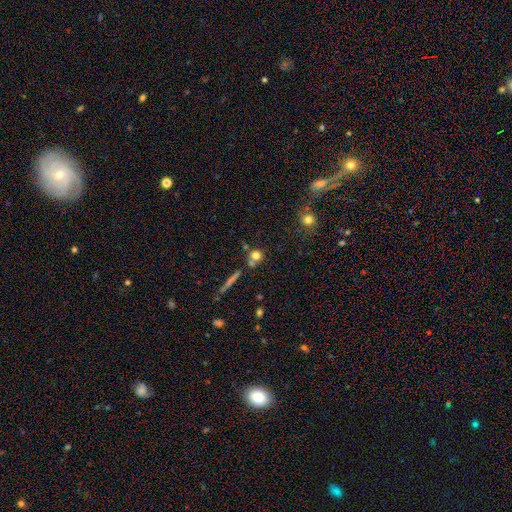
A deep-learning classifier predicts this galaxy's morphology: Smooth or featured?
  - smooth: 72% *
  - star or artifact: 14%
  - featured or disk: 14%
How rounded?
  - round: 84% *
  - in between: 11%
  - cigar-shaped: 5%
Merging?
  - none: 61% *
  - merger: 25%
  - minor disturbance: 10%
  - major disturbance: 4%